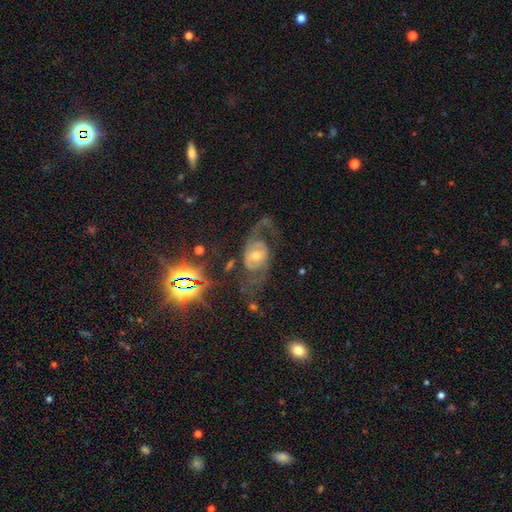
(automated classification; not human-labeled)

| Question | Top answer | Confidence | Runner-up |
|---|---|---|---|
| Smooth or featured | featured or disk | 74% | star or artifact (13%) |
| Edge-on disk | no | 95% | yes (5%) |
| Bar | no | 59% | weak (30%) |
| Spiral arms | yes | 85% | no (15%) |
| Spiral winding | medium | 41% | loose (40%) |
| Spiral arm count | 2 | 75% | can't tell (10%) |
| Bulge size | moderate | 59% | small (32%) |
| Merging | none | 49% | major disturbance (31%) |